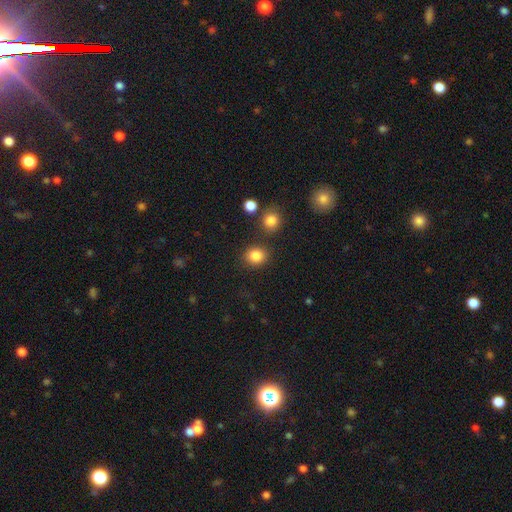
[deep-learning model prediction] This appears to be a smooth galaxy with no disk features (85%) that is round (74%). Merging: none (82%).